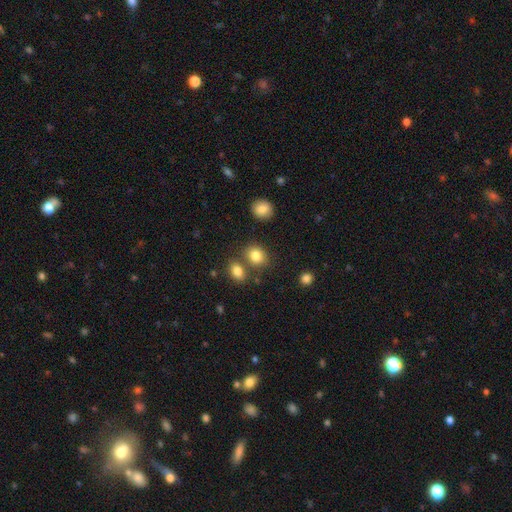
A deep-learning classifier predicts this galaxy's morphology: Smooth or featured: smooth — 82% (star or artifact — 11%)
How rounded: round — 58% (in between — 41%)
Merging: none — 69% (merger — 18%)